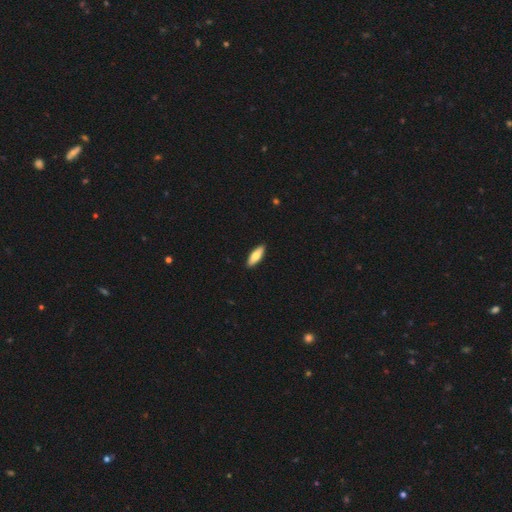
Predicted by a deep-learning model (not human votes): Smooth or featured?
  - smooth: 75% *
  - featured or disk: 19%
  - star or artifact: 5%
How rounded?
  - in between: 59% *
  - cigar-shaped: 39%
  - round: 2%
Merging?
  - none: 91% *
  - minor disturbance: 7%
  - major disturbance: 1%
  - merger: 1%